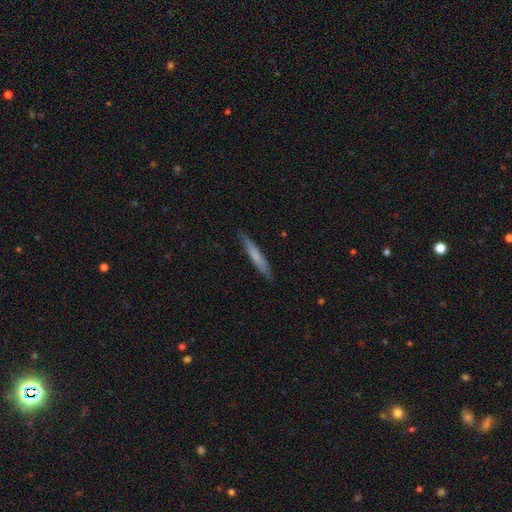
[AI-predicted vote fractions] Smooth or featured: smooth — 64% (featured or disk — 30%)
How rounded: cigar-shaped — 95% (in between — 4%)
Merging: none — 88% (minor disturbance — 9%)